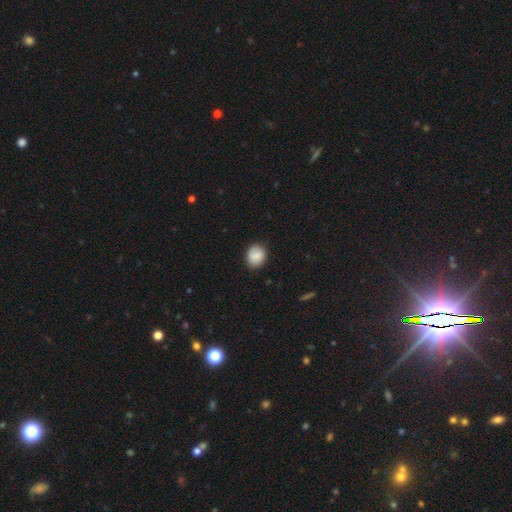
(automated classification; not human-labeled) Smooth or featured?
  - smooth: 85% *
  - star or artifact: 8%
  - featured or disk: 7%
How rounded?
  - round: 65% *
  - in between: 34%
  - cigar-shaped: 1%
Merging?
  - none: 84% *
  - minor disturbance: 12%
  - major disturbance: 3%
  - merger: 1%